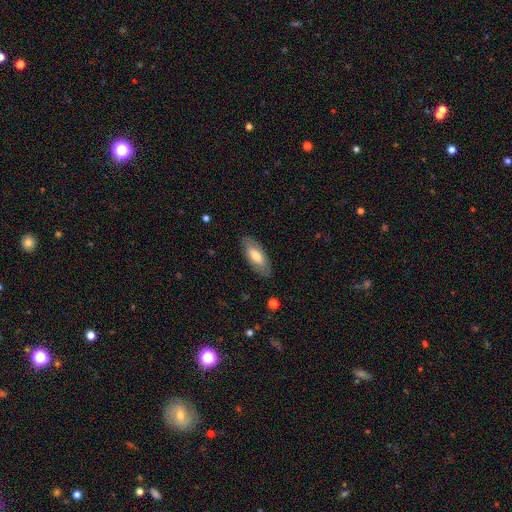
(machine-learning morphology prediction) This is likely a smooth galaxy (66%). How rounded: clearly in between (82%). Merging: clearly none (85%).